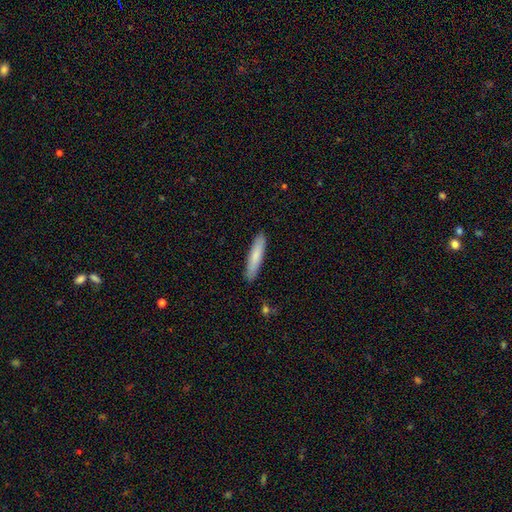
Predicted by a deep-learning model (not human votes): Overall: smooth (79%). How rounded: cigar-shaped (87%). Merging: none (90%).